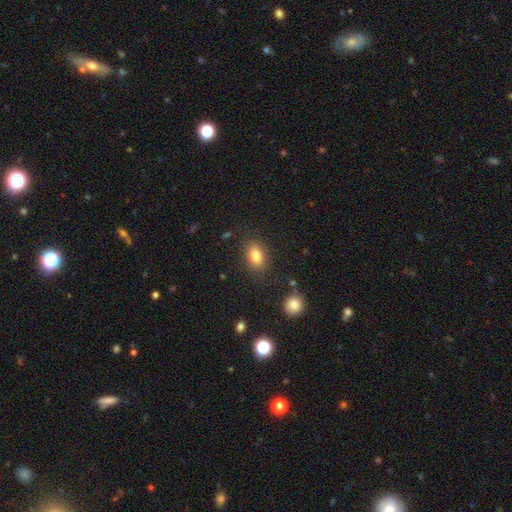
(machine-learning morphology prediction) This appears to be a smooth galaxy with no disk features (82%) that is in between round and cigar-shaped (83%). Merging: none (84%).